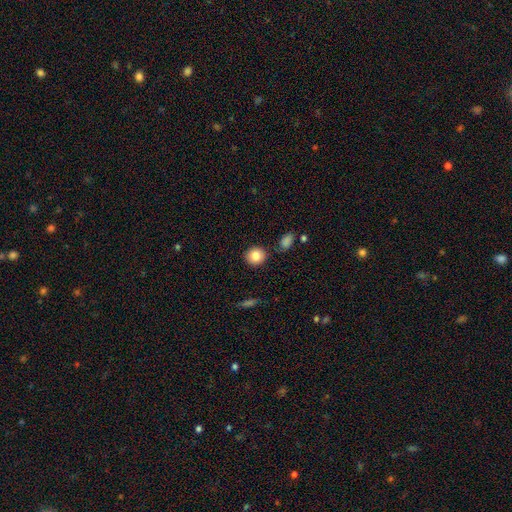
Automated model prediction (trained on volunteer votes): This is clearly a smooth galaxy (85%). How rounded: clearly round (80%). Merging: clearly none (84%).